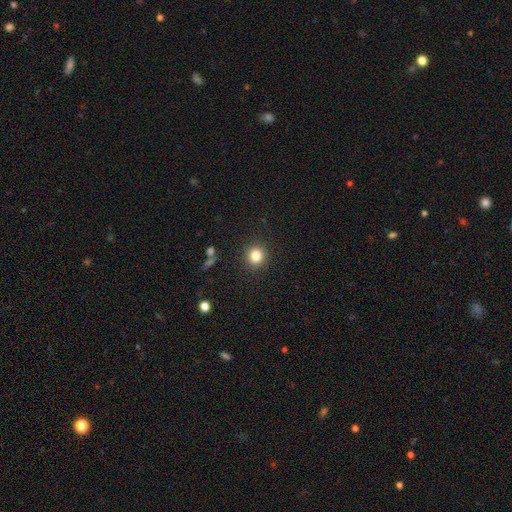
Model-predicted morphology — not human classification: Smooth or featured?
  - smooth: 83% *
  - star or artifact: 12%
  - featured or disk: 6%
How rounded?
  - round: 89% *
  - in between: 10%
  - cigar-shaped: 1%
Merging?
  - none: 90% *
  - minor disturbance: 6%
  - major disturbance: 2%
  - merger: 1%